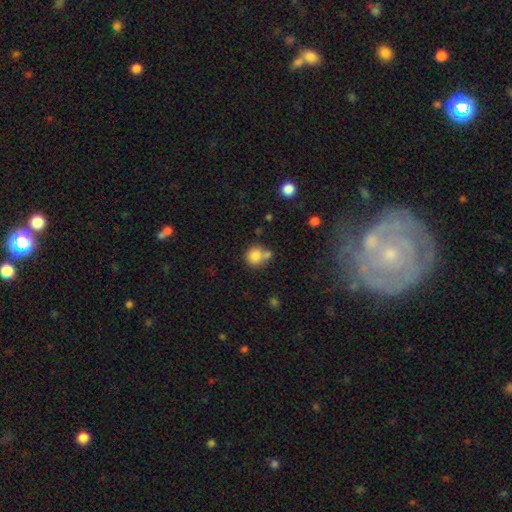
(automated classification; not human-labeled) Smooth or featured? Predicted: smooth (p=0.81). How rounded? Predicted: round (p=0.83). Merging? Predicted: none (p=0.50).